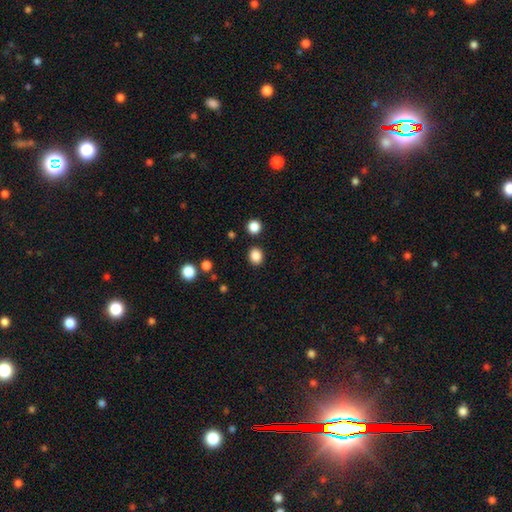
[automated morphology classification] A smooth galaxy with no disk features (86%) that is round (65%). Merging: none (88%).